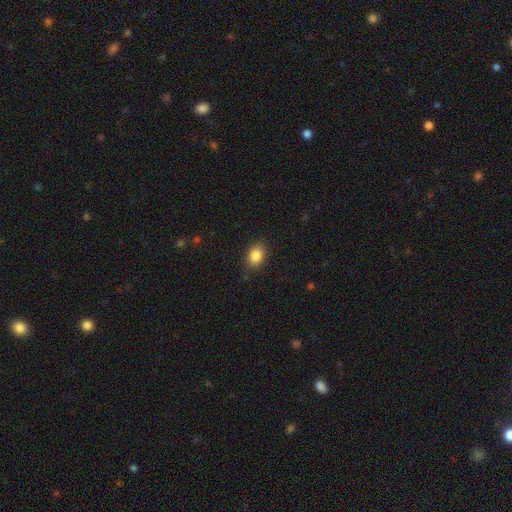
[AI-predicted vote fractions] This is clearly a smooth galaxy (86%). How rounded: likely in between (71%). Merging: clearly none (85%).